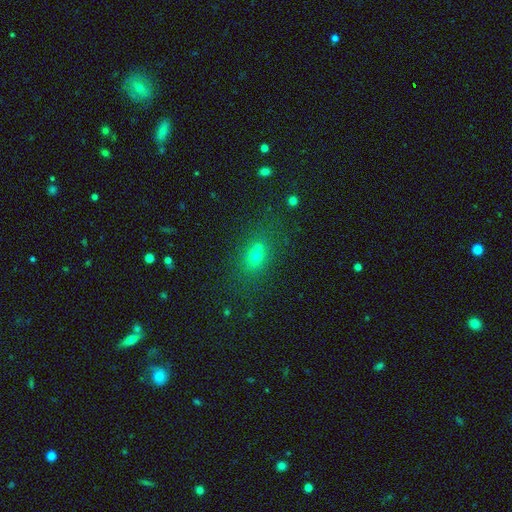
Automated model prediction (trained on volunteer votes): This is likely a smooth galaxy (63%). How rounded: possibly round (56%). Merging: possibly none (54%).